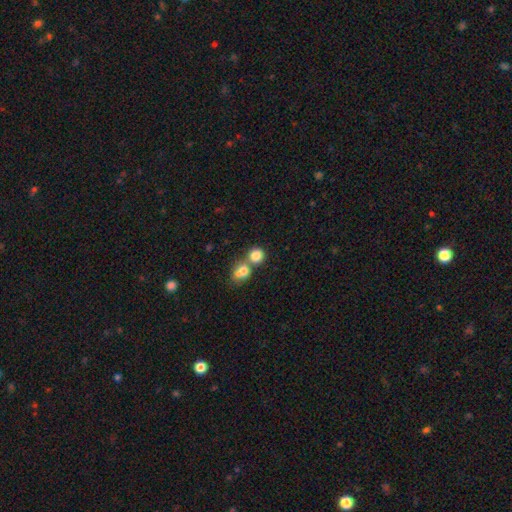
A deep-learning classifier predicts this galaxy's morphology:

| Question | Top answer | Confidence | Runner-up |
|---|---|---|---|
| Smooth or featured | smooth | 81% | star or artifact (10%) |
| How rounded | round | 82% | in between (17%) |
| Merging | merger | 46% | none (44%) |